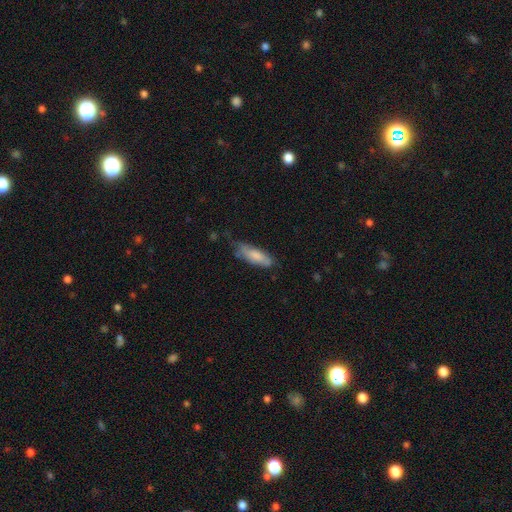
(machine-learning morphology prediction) Smooth or featured: smooth — 73% (featured or disk — 20%)
How rounded: in between — 54% (cigar-shaped — 45%)
Merging: none — 53% (minor disturbance — 35%)